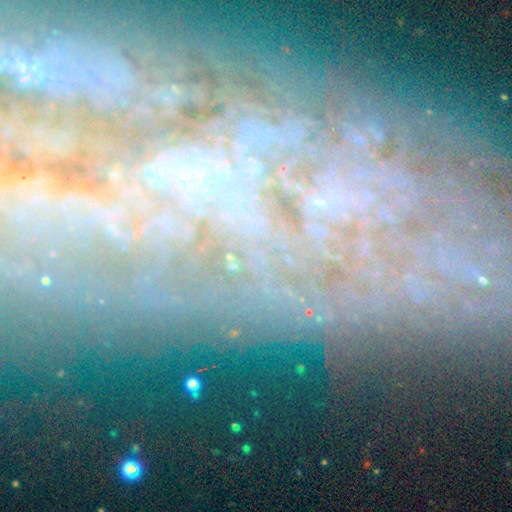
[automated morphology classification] Smooth or featured?
  - featured or disk: 45% *
  - star or artifact: 40%
  - smooth: 16%
Merging?
  - none: 62% *
  - minor disturbance: 16%
  - major disturbance: 13%
  - merger: 9%